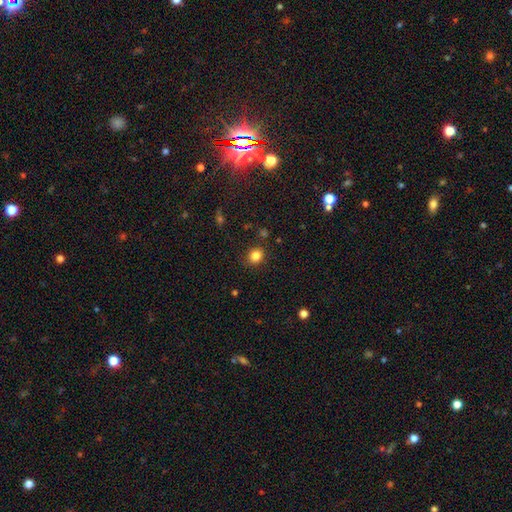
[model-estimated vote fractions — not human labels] smooth-or-featured: smooth: 83% | star or artifact: 12% | featured or disk: 5%
  how-rounded: round: 74% | in between: 25% | cigar-shaped: 1%
  merging: none: 85% | minor disturbance: 10% | major disturbance: 3% | merger: 2%